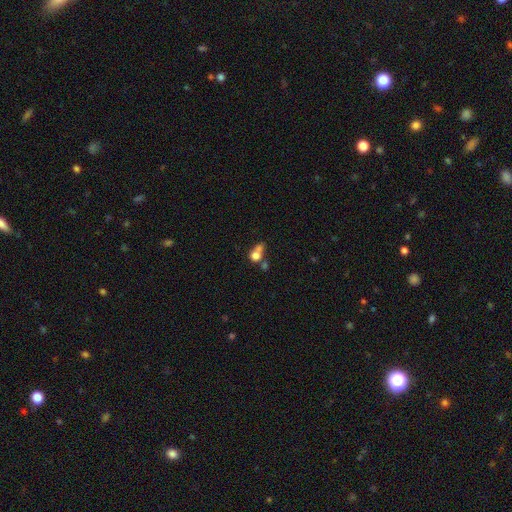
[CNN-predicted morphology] Q: Smooth or featured?
A: smooth (70%); runner-up: featured or disk (17%)
Q: How rounded?
A: round (70%); runner-up: in between (28%)
Q: Merging?
A: merger (56%); runner-up: none (26%)